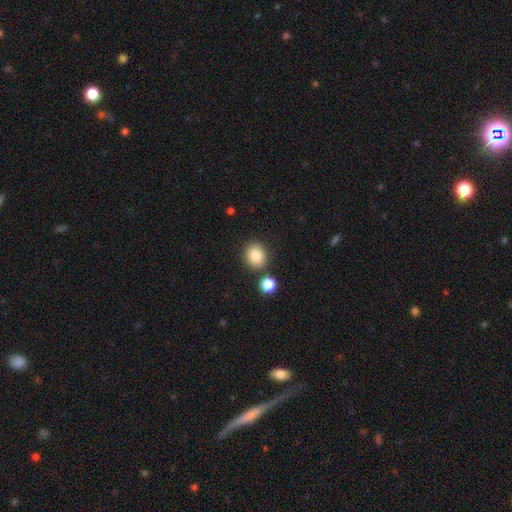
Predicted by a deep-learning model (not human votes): A smooth galaxy with no disk features (83%) that is round (75%). Merging: none (82%).